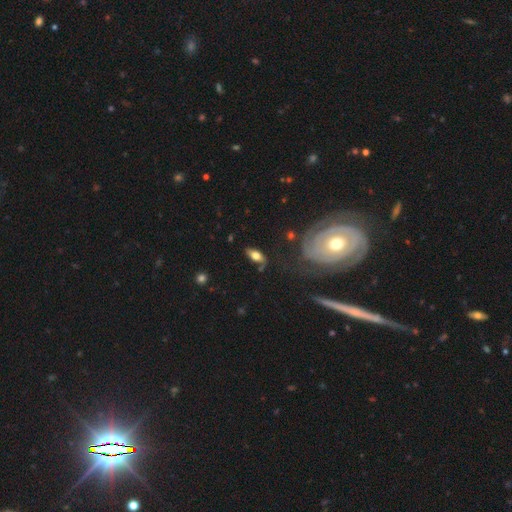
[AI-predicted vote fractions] Overall: smooth (62%; featured or disk 30%). How rounded: in between (82%). Merging: none (72%).